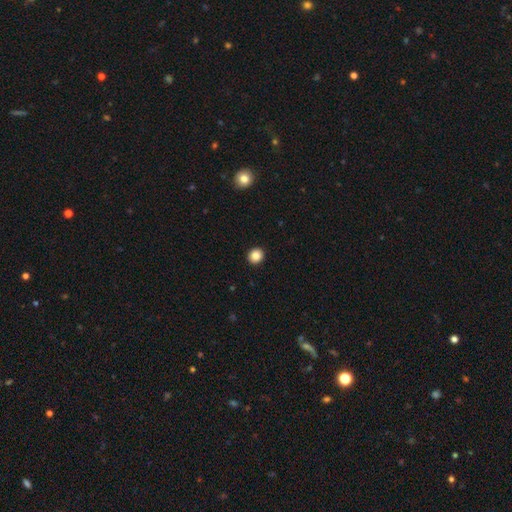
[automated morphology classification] A smooth galaxy with no disk features (86%) that is round (84%). Merging: none (93%).